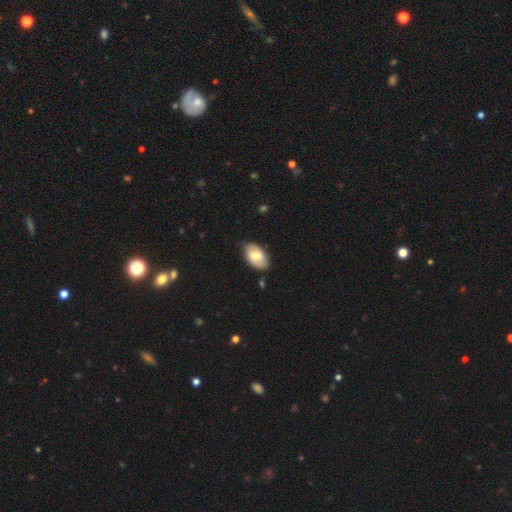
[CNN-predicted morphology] Smooth or featured? Predicted: smooth (p=0.66). How rounded? Predicted: in between (p=0.93). Merging? Predicted: none (p=0.75).